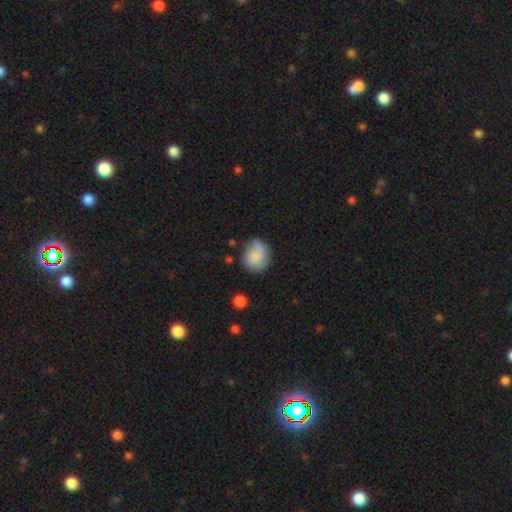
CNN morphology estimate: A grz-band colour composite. It shows a smooth galaxy with no disk features (73%) that is round (67%). Merging: none (63%).